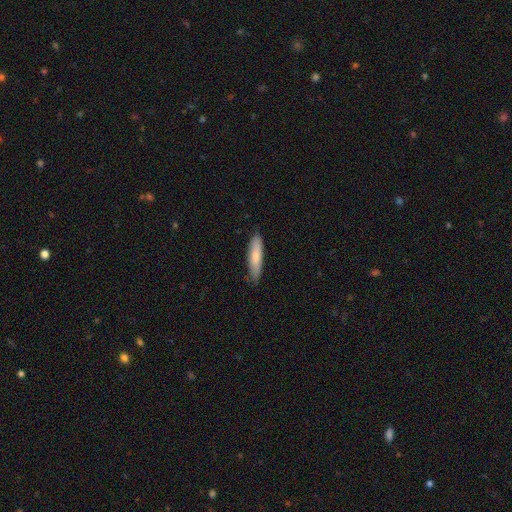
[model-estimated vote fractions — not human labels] Smooth or featured: smooth — 79% (featured or disk — 16%)
How rounded: cigar-shaped — 75% (in between — 23%)
Merging: none — 82% (minor disturbance — 15%)